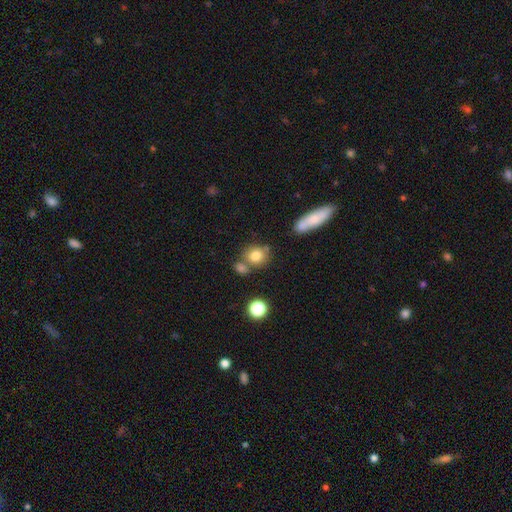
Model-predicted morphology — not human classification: smooth_or_featured: smooth (p=0.79) [alt: star or artifact p=0.11]
how_rounded: round (p=0.70) [alt: in between p=0.28]
merging: none (p=0.59) [alt: merger p=0.23]